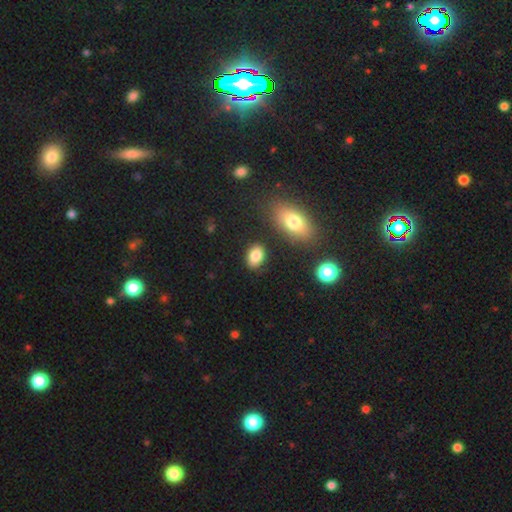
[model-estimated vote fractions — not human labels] Smooth or featured: smooth — 85% (star or artifact — 9%)
How rounded: in between — 81% (round — 17%)
Merging: none — 84% (minor disturbance — 10%)